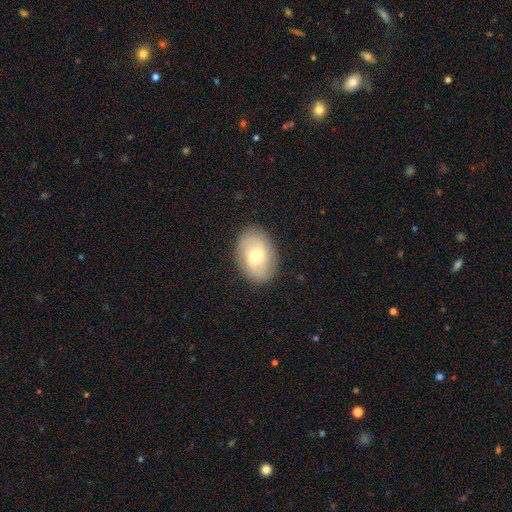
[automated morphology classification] Smooth or featured? featured or disk (52%)
Edge-on disk? no (94%)
Merging? none (85%)